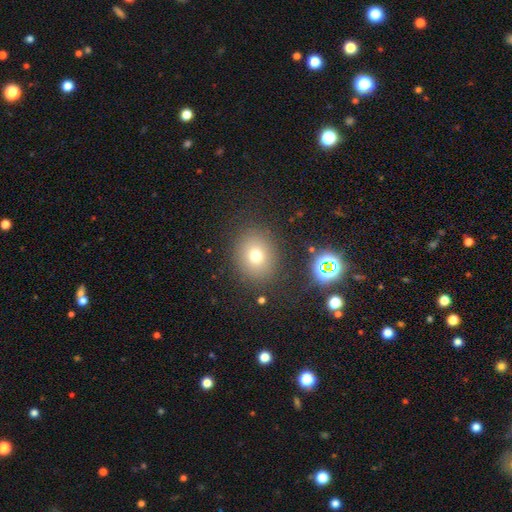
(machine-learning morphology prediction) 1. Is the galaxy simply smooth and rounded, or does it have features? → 72% smooth, 17% star or artifact, 11% featured or disk.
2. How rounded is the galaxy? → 64% round, 35% in between, 1% cigar-shaped.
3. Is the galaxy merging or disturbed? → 84% none, 9% minor disturbance, 4% major disturbance, 2% merger.